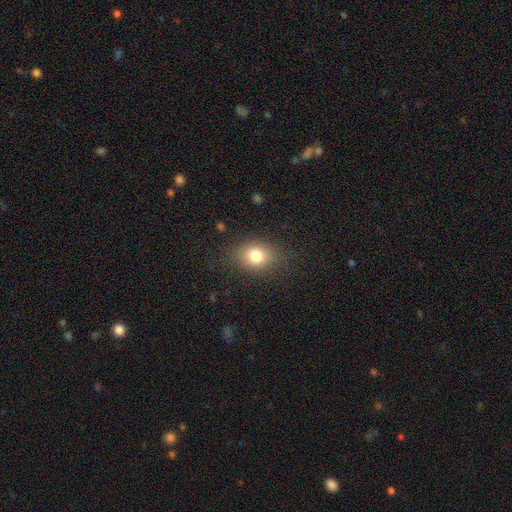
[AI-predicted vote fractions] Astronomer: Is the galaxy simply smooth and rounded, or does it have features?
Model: smooth — 79%.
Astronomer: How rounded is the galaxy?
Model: in between — 54% (runner-up: round, 44%).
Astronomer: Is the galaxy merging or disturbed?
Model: none — 81%.